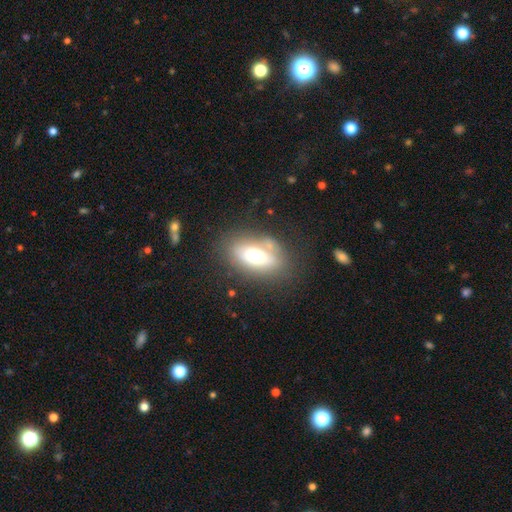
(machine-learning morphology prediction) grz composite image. It shows a smooth galaxy with no disk features (64%) that is in between round and cigar-shaped (86%). Merging: none (70%).